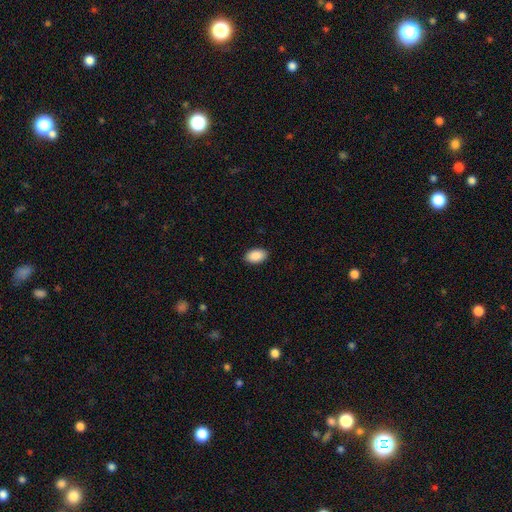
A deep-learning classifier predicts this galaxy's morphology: Overall: smooth (89%). How rounded: in between (93%). Merging: none (89%).